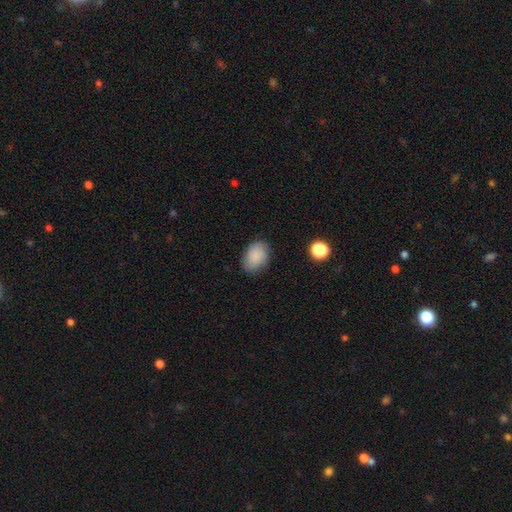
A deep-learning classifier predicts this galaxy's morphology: smooth-or-featured: smooth: 82% | featured or disk: 9% | star or artifact: 8%
  how-rounded: in between: 77% | round: 22% | cigar-shaped: 1%
  merging: none: 80% | minor disturbance: 15% | major disturbance: 4% | merger: 1%